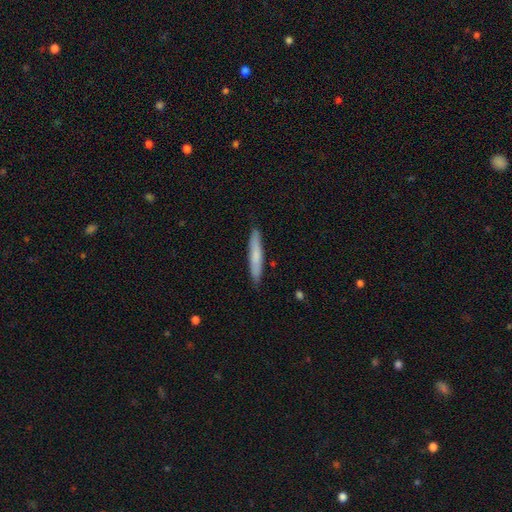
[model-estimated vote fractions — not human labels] Overall: smooth (72%). How rounded: cigar-shaped (93%). Merging: none (89%).